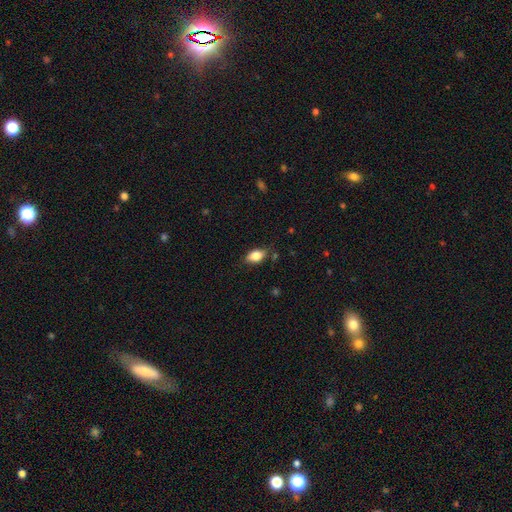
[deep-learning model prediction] Q: Smooth or featured?
A: smooth (80%); runner-up: featured or disk (12%)
Q: How rounded?
A: in between (86%); runner-up: round (10%)
Q: Merging?
A: none (75%); runner-up: minor disturbance (19%)